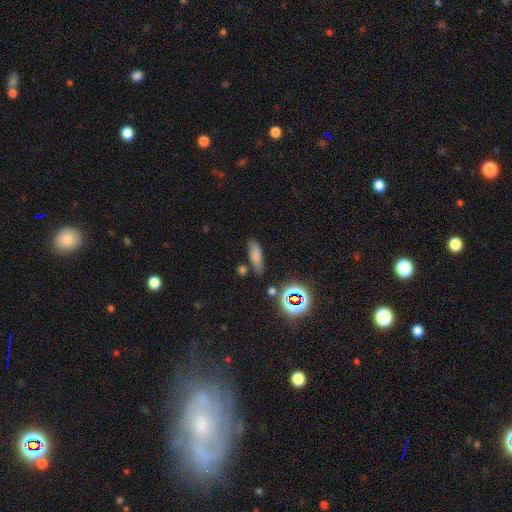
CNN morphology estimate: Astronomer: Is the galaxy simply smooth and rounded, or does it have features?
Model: smooth — 71%.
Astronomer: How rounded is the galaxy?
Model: in between — 50% (runner-up: cigar-shaped, 44%).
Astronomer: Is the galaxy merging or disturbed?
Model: none — 73%.